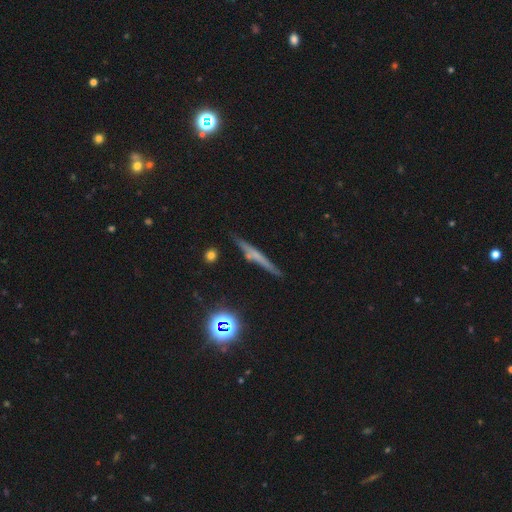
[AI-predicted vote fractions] smooth_or_featured: featured or disk (p=0.48) [alt: smooth p=0.39]
merging: none (p=0.81) [alt: minor disturbance p=0.12]